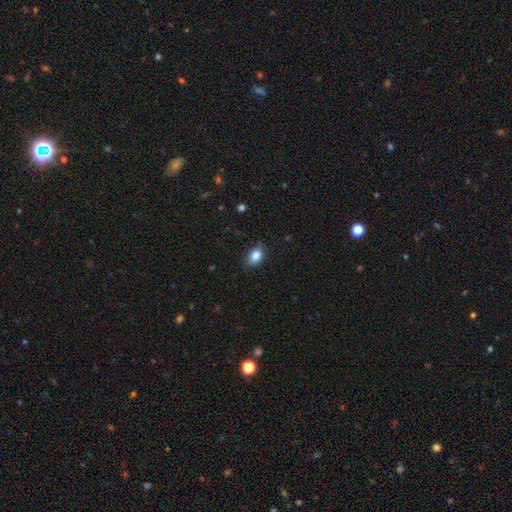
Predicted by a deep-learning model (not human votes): Overall: smooth (85%). How rounded: in between (84%). Merging: none (82%).